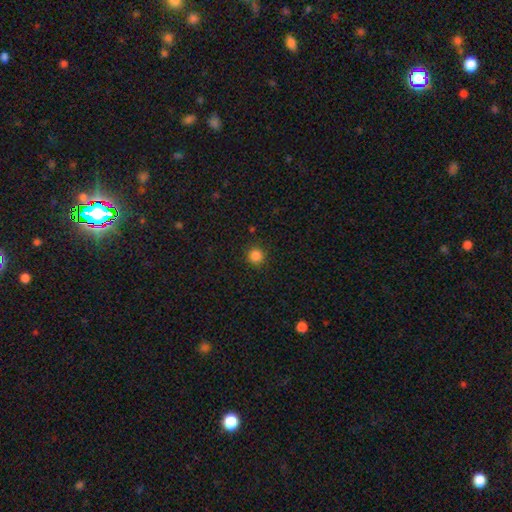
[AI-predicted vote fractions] Q: Smooth or featured?
A: smooth (85%); runner-up: star or artifact (12%)
Q: How rounded?
A: round (94%); runner-up: in between (5%)
Q: Merging?
A: none (90%); runner-up: minor disturbance (7%)